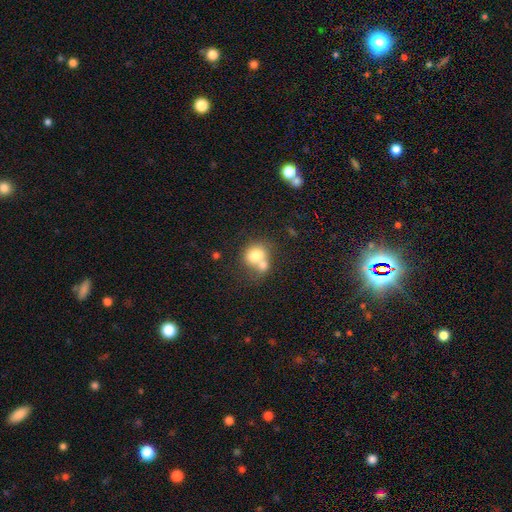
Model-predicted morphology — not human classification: The model was most divided on "how rounded": round: 62%, in between: 37%, cigar-shaped: 1%. More confident: smooth or featured — smooth (74%); merging — merger (56%).